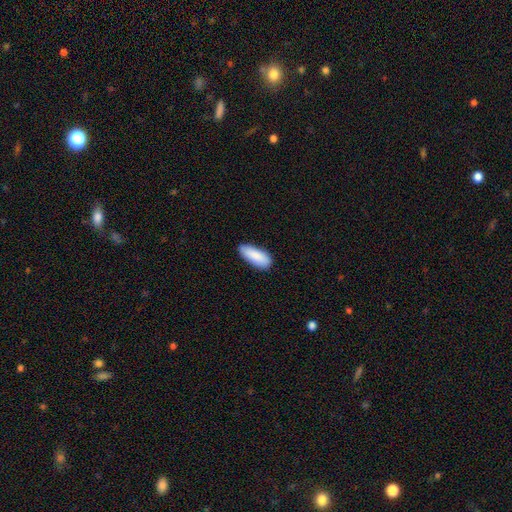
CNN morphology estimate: Smooth or featured? Predicted: smooth (p=0.89). How rounded? Predicted: in between (p=0.79). Merging? Predicted: none (p=0.84).